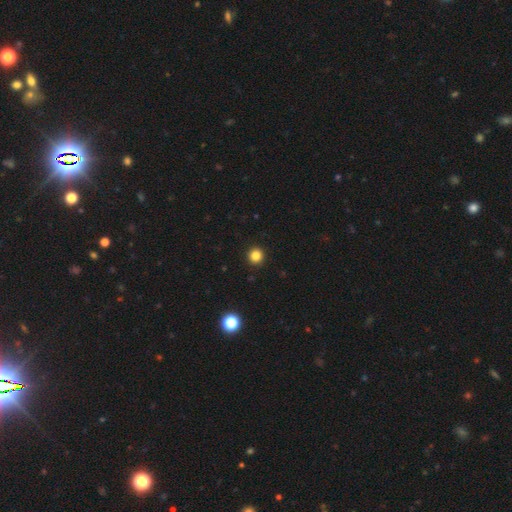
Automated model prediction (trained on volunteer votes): This appears to be a smooth galaxy with no disk features (83%) that is round (95%). Merging: none (94%).